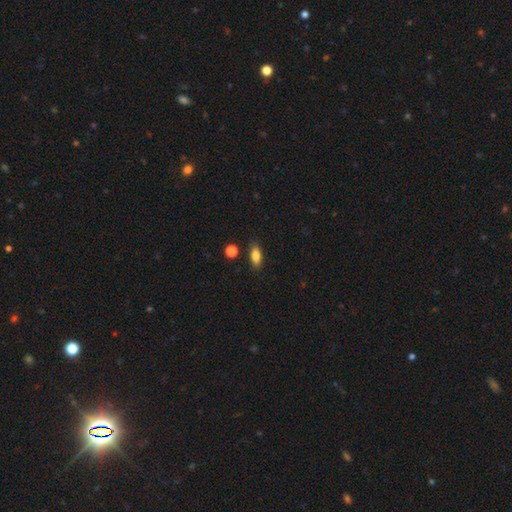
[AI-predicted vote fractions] Smooth or featured? Predicted: smooth (p=0.85). How rounded? Predicted: in between (p=0.81). Merging? Predicted: none (p=0.84).